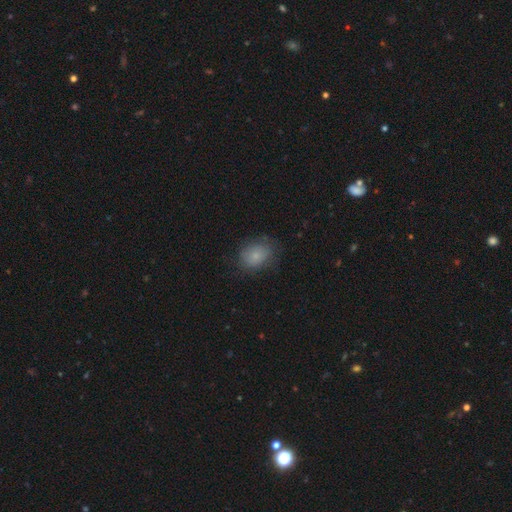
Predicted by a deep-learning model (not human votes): Morphology: type=smooth (80%); roundness=in between (51%); merging=none (72%).